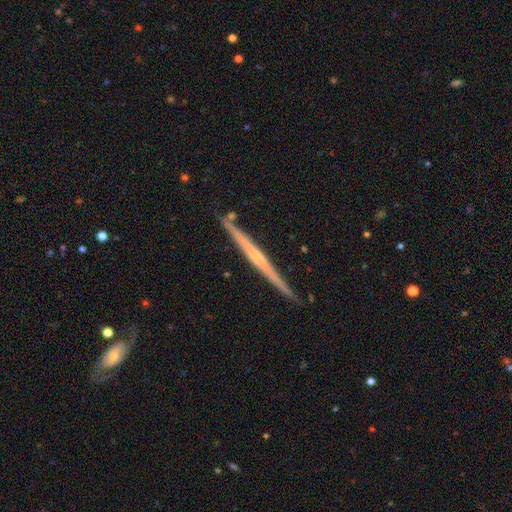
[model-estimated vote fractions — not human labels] Smooth or featured: featured or disk — 72% (smooth — 23%)
Edge-on disk: yes — 98% (no — 2%)
Edge-on bulge: none — 56% (rounded — 33%)
Merging: none — 88% (minor disturbance — 8%)